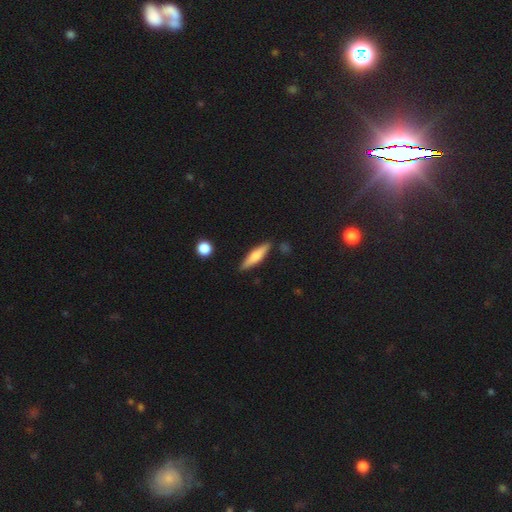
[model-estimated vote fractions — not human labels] This appears to be a smooth galaxy with no disk features (53%) that is cigar-shaped (73%). Merging: none (85%).